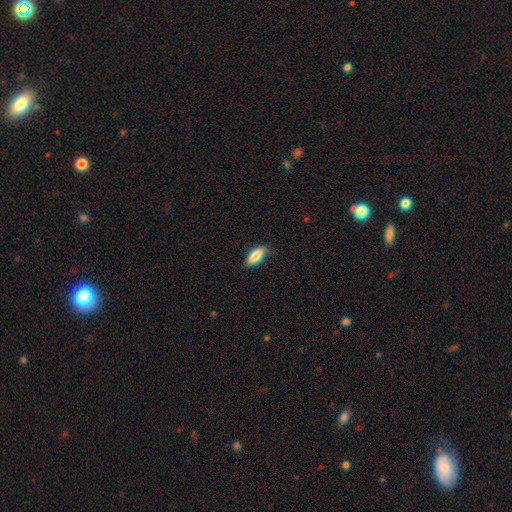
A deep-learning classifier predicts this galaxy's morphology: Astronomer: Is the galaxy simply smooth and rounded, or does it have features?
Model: smooth — 83%.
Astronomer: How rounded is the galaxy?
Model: in between — 81%.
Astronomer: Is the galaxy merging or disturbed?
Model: none — 72%.